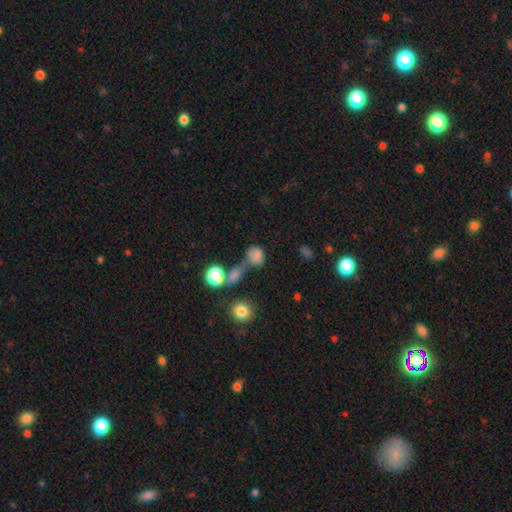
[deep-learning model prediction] Q: Smooth or featured?
A: smooth (75%); runner-up: star or artifact (16%)
Q: How rounded?
A: round (50%); runner-up: in between (47%)
Q: Merging?
A: none (42%); runner-up: merger (29%)